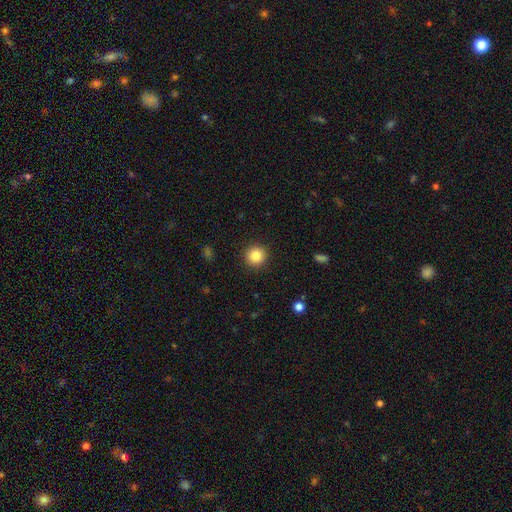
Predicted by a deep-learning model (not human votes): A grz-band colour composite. It shows a smooth galaxy with no disk features (84%) that is round (94%). Merging: none (91%).